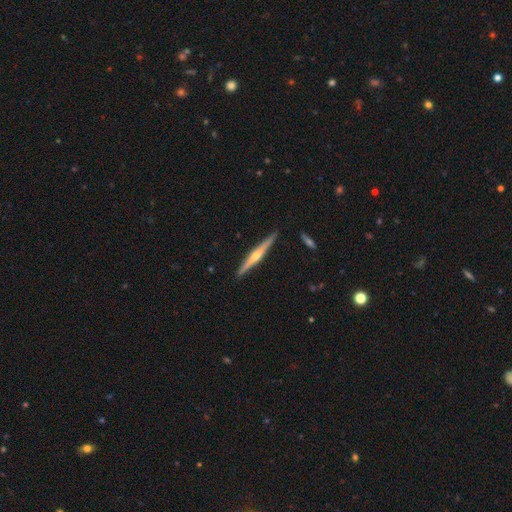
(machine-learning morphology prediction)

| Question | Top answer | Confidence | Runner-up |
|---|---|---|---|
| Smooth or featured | featured or disk | 77% | smooth (18%) |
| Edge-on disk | yes | 98% | no (2%) |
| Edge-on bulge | rounded | 89% | none (7%) |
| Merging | none | 91% | minor disturbance (6%) |